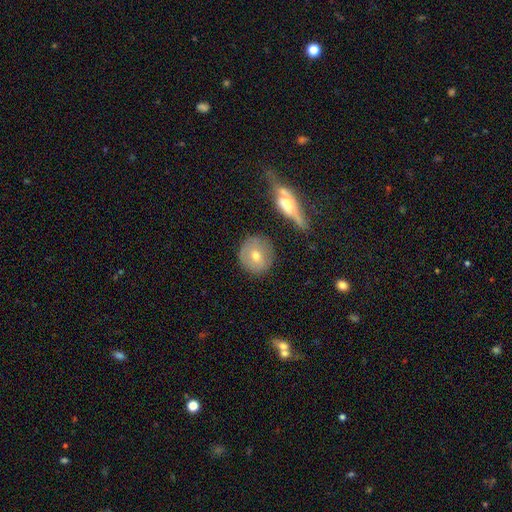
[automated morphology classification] A smooth galaxy with no disk features (61%) that is round (88%).

Vote fractions:
- Smooth or featured? smooth: 61% / featured or disk: 30% / star or artifact: 9%
- How rounded? round: 88% / in between: 11% / cigar-shaped: 2%
- Merging? none: 77% / minor disturbance: 14% / merger: 4% / major disturbance: 4%